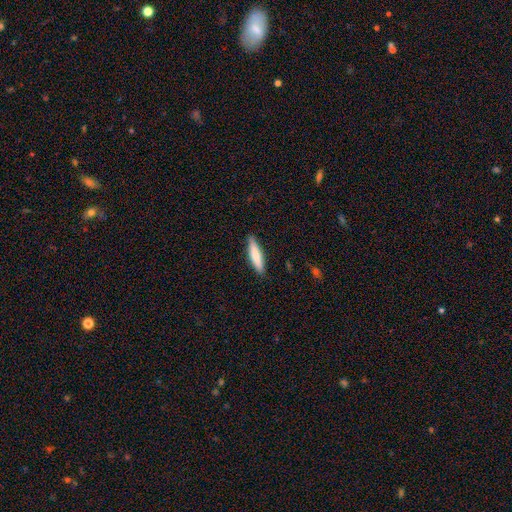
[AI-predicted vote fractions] This appears to be a smooth galaxy with no disk features (77%) that is cigar-shaped (82%). Merging: none (89%).